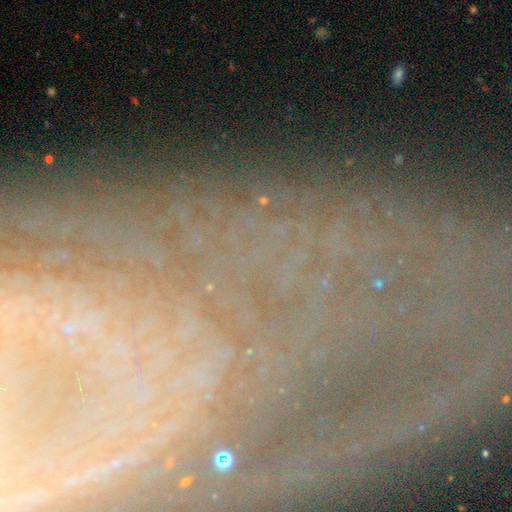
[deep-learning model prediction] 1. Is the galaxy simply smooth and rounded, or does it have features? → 57% star or artifact, 28% featured or disk, 15% smooth.